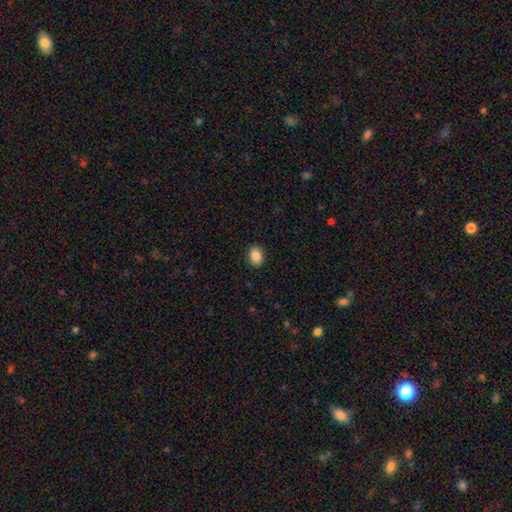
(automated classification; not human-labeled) Smooth or featured?
  - smooth: 88% *
  - star or artifact: 8%
  - featured or disk: 4%
How rounded?
  - in between: 59% *
  - round: 40%
  - cigar-shaped: 1%
Merging?
  - none: 89% *
  - minor disturbance: 8%
  - major disturbance: 2%
  - merger: 1%